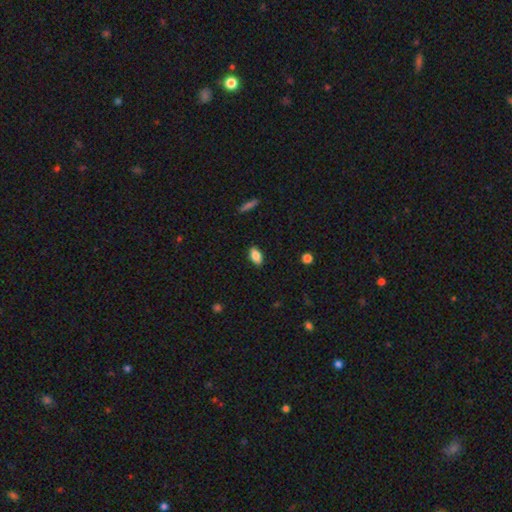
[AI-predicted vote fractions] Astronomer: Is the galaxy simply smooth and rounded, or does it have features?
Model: smooth — 84%.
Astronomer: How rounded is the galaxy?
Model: in between — 90%.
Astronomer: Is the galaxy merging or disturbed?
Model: none — 87%.